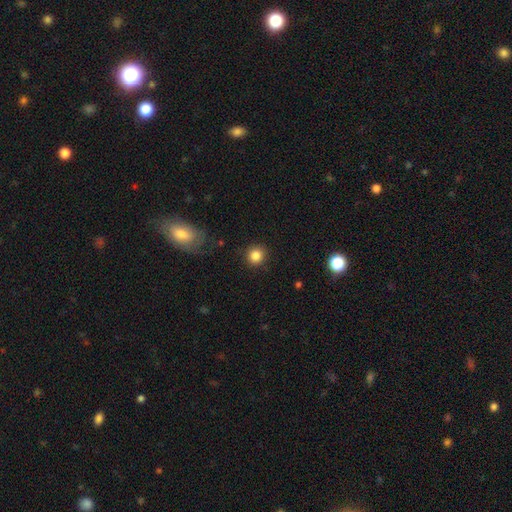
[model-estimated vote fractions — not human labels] smooth 85%, star or artifact 11%, featured or disk 5%. Down the decision tree: how rounded — round (93%); merging — none (90%).